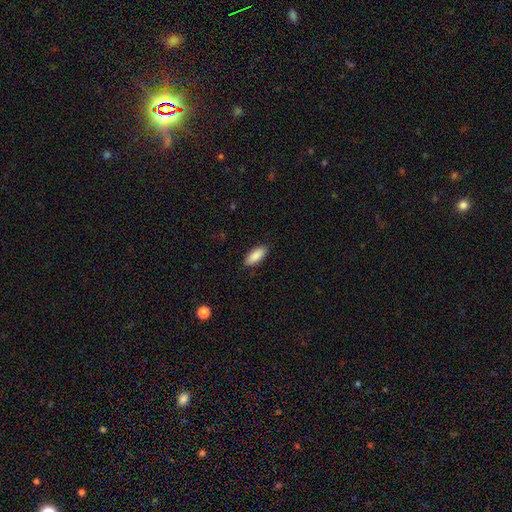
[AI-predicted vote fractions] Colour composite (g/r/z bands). It shows a smooth galaxy with no disk features (88%) that is in between round and cigar-shaped (77%). Merging: none (87%).